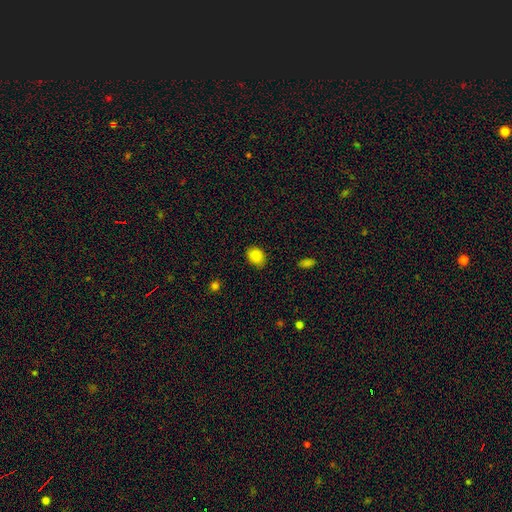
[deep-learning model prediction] A smooth galaxy with no disk features (87%) that is in between round and cigar-shaped (58%).

Vote fractions:
- Smooth or featured? smooth: 87% / star or artifact: 9% / featured or disk: 4%
- How rounded? in between: 58% / round: 41% / cigar-shaped: 1%
- Merging? none: 83% / minor disturbance: 13% / major disturbance: 3% / merger: 1%